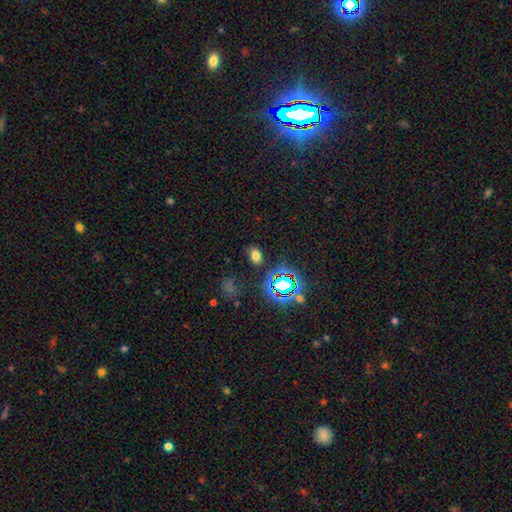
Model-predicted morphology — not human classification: smooth-or-featured: smooth: 65% | star or artifact: 27% | featured or disk: 8%
  how-rounded: in between: 80% | round: 18% | cigar-shaped: 2%
  merging: none: 83% | minor disturbance: 11% | major disturbance: 4% | merger: 3%